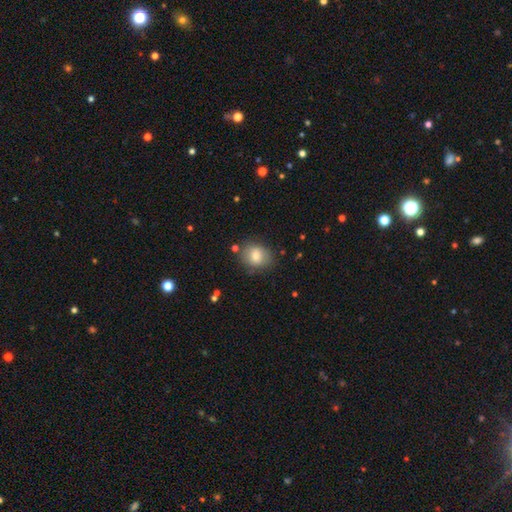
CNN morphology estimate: Smooth or featured: smooth — 78% (featured or disk — 13%)
How rounded: round — 58% (in between — 41%)
Merging: none — 78% (minor disturbance — 15%)